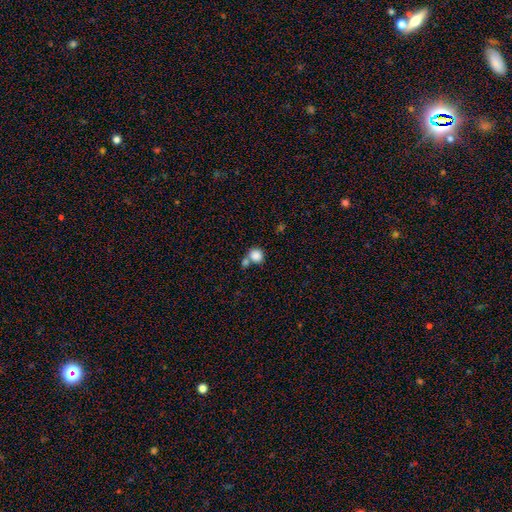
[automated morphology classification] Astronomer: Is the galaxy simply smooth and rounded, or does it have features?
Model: smooth — 85%.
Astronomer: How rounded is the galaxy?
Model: round — 83%.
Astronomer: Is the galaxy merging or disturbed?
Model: none — 51% (runner-up: merger, 36%).